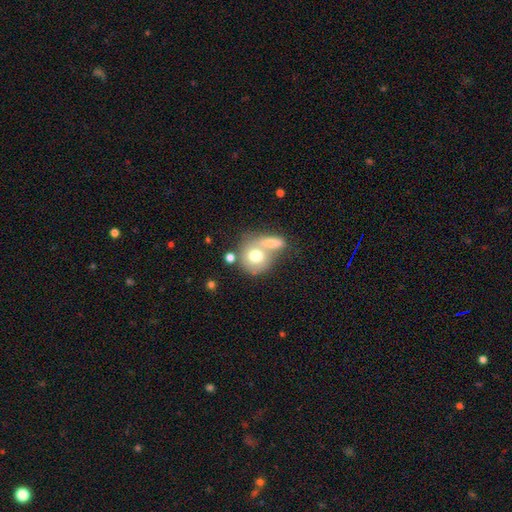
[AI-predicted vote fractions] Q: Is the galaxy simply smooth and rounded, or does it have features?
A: smooth — 69%.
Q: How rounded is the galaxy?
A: round — 77%.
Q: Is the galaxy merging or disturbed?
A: merger — 55%.